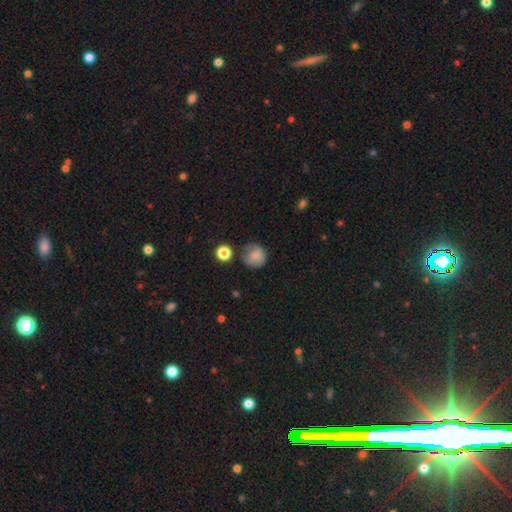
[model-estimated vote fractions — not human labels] smooth 79%, star or artifact 10%, featured or disk 10%. Down the decision tree: how rounded — round (87%); merging — none (63%).